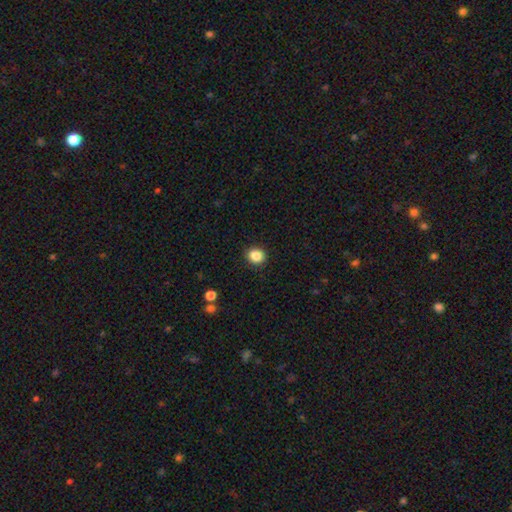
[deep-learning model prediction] smooth 86%, star or artifact 10%, featured or disk 4%. Down the decision tree: how rounded — round (80%); merging — none (91%).